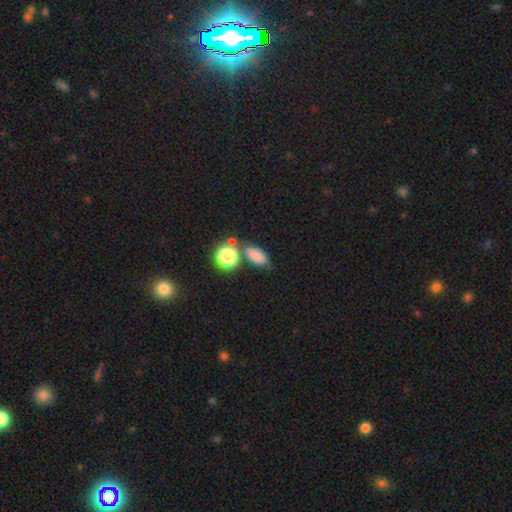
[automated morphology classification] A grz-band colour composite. It shows a smooth galaxy with no disk features (76%) that is in between round and cigar-shaped (79%). Merging: none (66%).